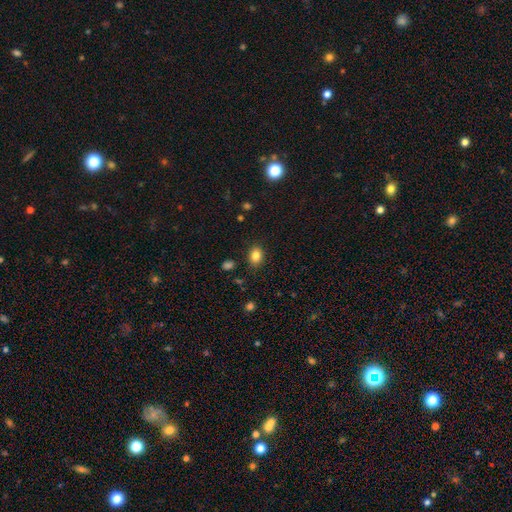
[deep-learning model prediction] Smooth or featured? smooth (84%)
How rounded? in between (67%)
Merging? none (86%)